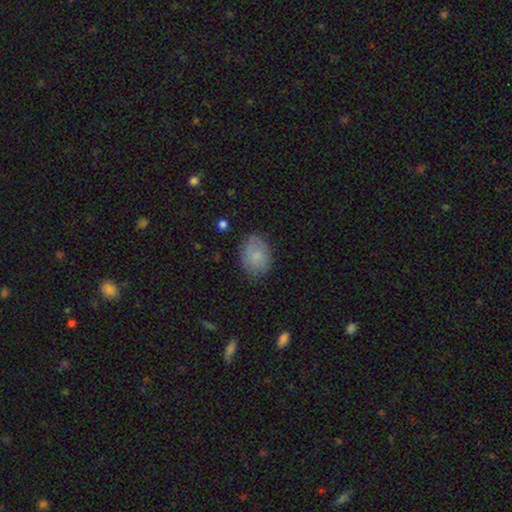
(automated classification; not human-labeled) Q: Smooth or featured?
A: smooth (80%); runner-up: featured or disk (12%)
Q: How rounded?
A: in between (73%); runner-up: round (26%)
Q: Merging?
A: none (75%); runner-up: minor disturbance (19%)